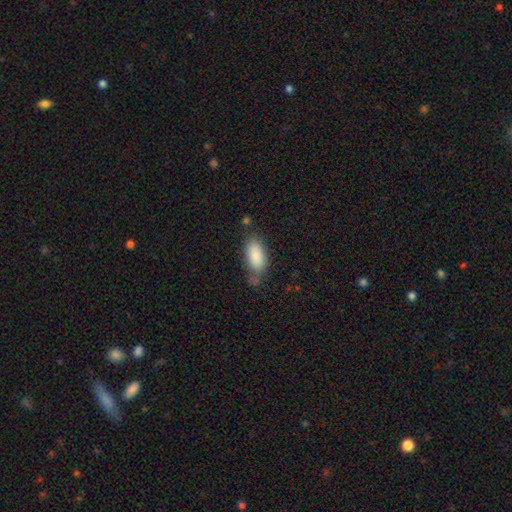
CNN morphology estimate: type=smooth (86%); roundness=in between (91%); merging=none (58%).